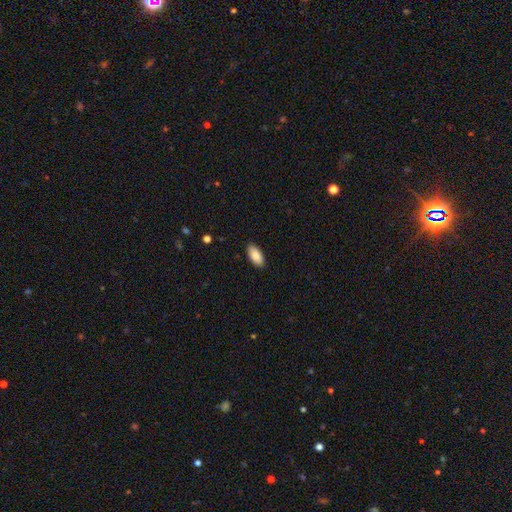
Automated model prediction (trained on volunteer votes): Overall: smooth (88%). How rounded: in between (93%). Merging: none (89%).